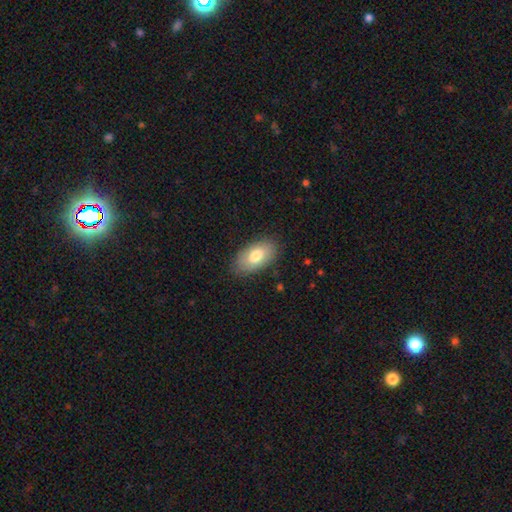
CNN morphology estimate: type=smooth (77%); roundness=in between (94%); merging=none (84%).